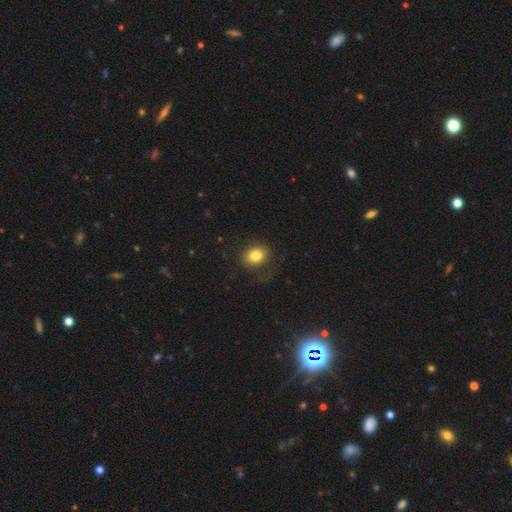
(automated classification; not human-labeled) A smooth galaxy with no disk features (82%) that is round (53%). Merging: none (77%).